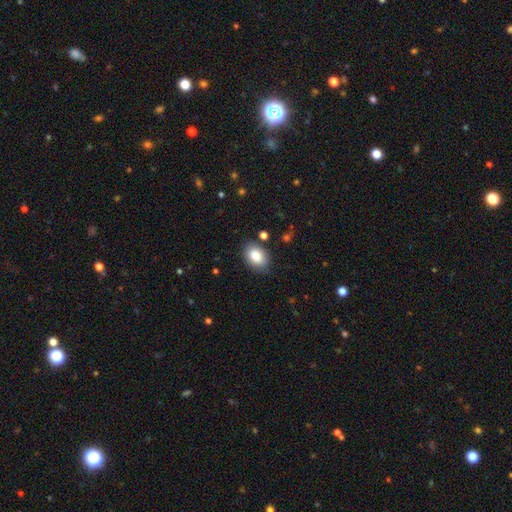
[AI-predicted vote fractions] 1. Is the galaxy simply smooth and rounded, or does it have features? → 85% smooth, 8% star or artifact, 7% featured or disk.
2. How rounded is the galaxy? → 79% in between, 20% round, 1% cigar-shaped.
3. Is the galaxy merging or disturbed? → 82% none, 13% minor disturbance, 3% major disturbance, 2% merger.